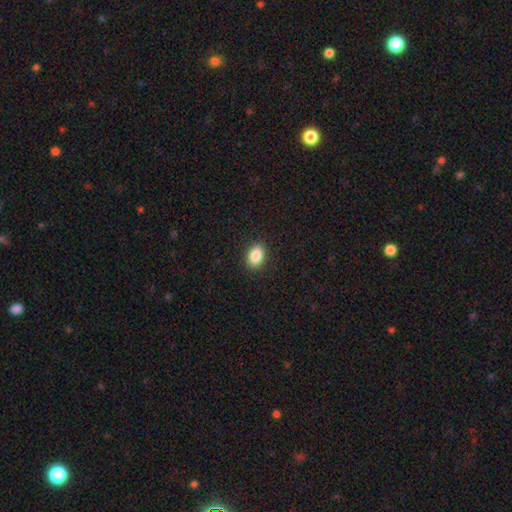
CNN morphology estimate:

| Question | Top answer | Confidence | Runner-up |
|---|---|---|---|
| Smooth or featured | smooth | 88% | star or artifact (8%) |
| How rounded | in between | 85% | round (13%) |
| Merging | none | 90% | minor disturbance (7%) |